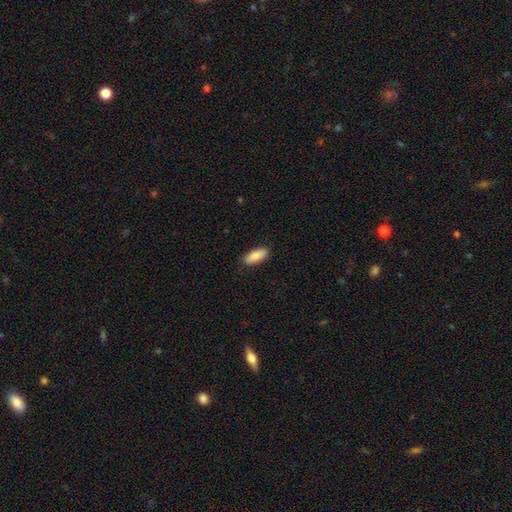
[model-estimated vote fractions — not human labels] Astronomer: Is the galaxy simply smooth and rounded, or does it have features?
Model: smooth — 84%.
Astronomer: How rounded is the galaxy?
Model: in between — 76%.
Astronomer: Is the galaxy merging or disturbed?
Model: none — 88%.